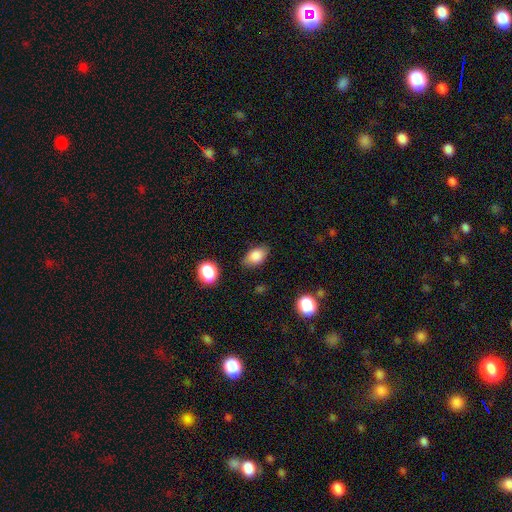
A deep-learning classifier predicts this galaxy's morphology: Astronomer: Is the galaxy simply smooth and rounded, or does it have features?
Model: smooth — 84%.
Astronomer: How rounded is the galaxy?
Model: in between — 86%.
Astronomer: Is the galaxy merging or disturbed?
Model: none — 78%.